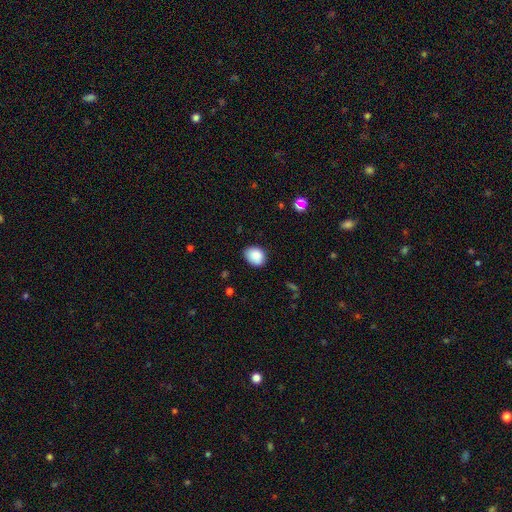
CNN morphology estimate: A smooth galaxy with no disk features (87%) that is in between round and cigar-shaped (57%). Merging: none (79%).